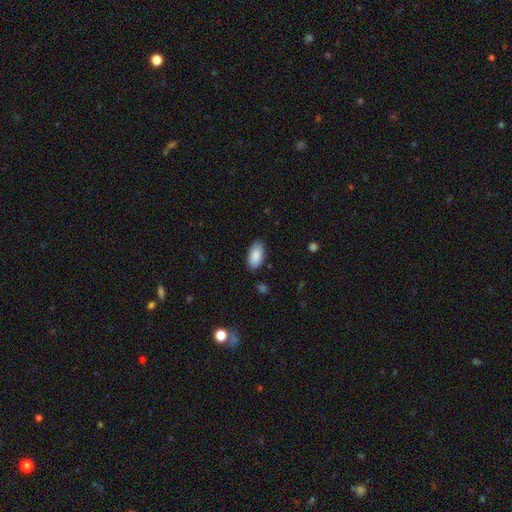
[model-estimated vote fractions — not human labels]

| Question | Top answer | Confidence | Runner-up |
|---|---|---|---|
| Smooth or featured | smooth | 88% | star or artifact (6%) |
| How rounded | in between | 95% | cigar-shaped (3%) |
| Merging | none | 85% | minor disturbance (12%) |